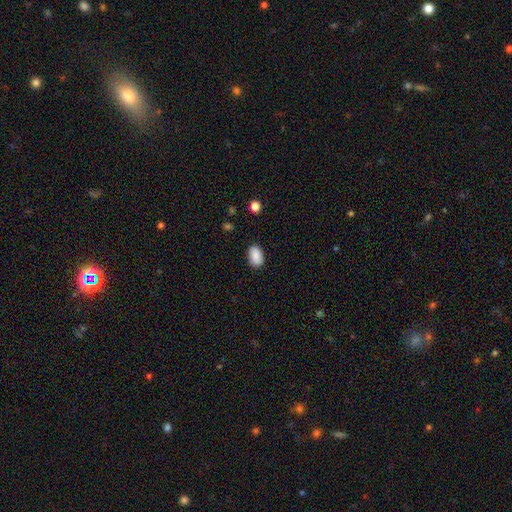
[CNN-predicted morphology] This is clearly a smooth galaxy (89%). How rounded: clearly in between (90%). Merging: clearly none (85%).